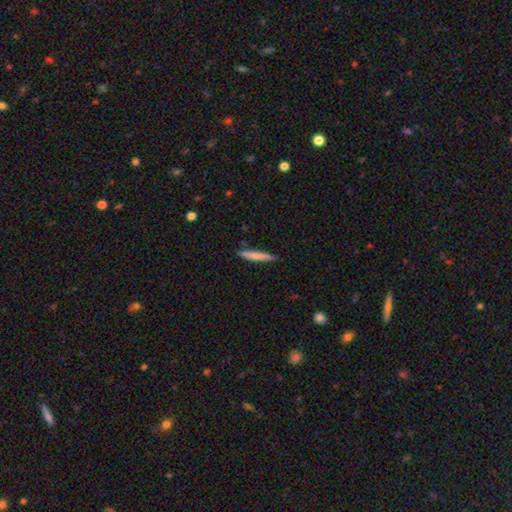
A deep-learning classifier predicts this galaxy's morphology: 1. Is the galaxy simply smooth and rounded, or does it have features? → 75% smooth, 20% featured or disk, 6% star or artifact.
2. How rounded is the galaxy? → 95% cigar-shaped, 4% in between, 1% round.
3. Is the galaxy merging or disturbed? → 87% none, 9% minor disturbance, 2% major disturbance, 2% merger.